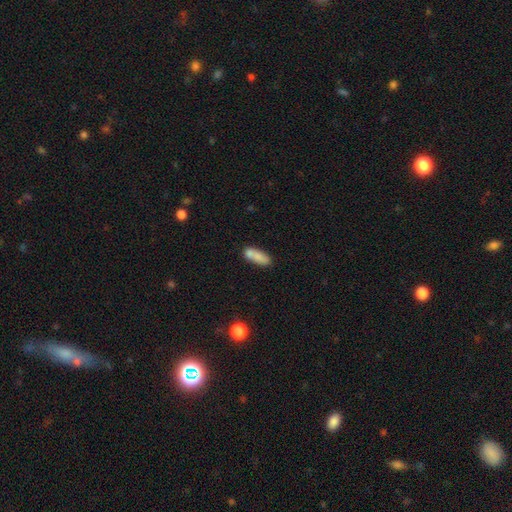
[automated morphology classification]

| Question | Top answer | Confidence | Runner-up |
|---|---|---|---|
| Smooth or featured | smooth | 75% | featured or disk (17%) |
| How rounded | in between | 67% | cigar-shaped (30%) |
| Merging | none | 51% | merger (29%) |